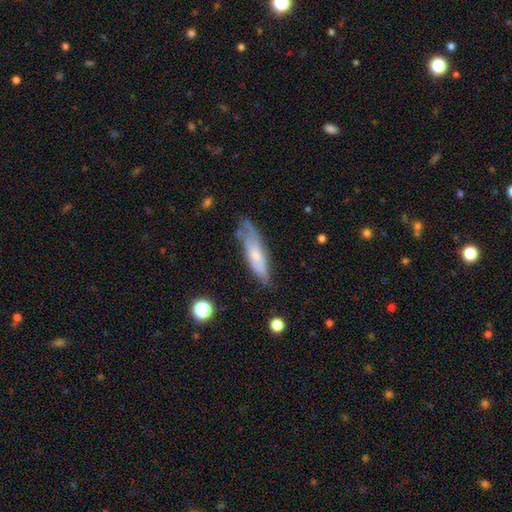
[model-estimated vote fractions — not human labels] Smooth or featured?
  - smooth: 52% *
  - featured or disk: 41%
  - star or artifact: 7%
How rounded?
  - cigar-shaped: 63% *
  - in between: 35%
  - round: 2%
Merging?
  - none: 60% *
  - minor disturbance: 28%
  - major disturbance: 9%
  - merger: 3%